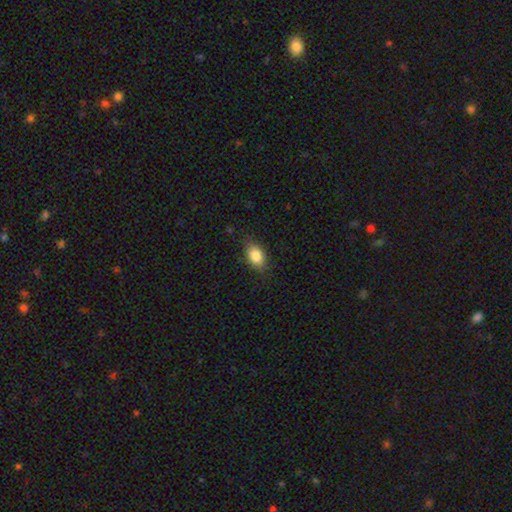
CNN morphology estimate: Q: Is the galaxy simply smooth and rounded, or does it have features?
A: smooth — 84%.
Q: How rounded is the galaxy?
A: in between — 85%.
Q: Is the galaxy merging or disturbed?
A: none — 82%.